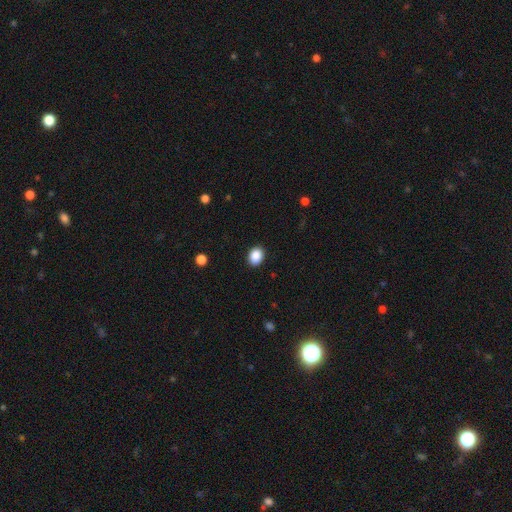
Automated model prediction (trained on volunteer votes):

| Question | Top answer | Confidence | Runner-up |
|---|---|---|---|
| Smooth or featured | smooth | 89% | star or artifact (8%) |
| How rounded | in between | 57% | round (43%) |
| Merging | none | 90% | minor disturbance (7%) |